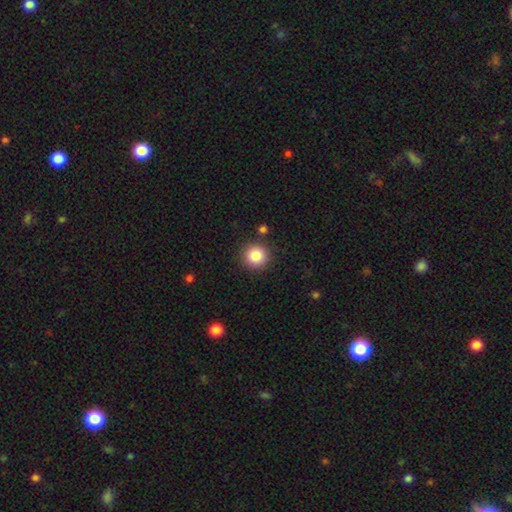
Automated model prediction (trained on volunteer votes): smooth_or_featured: smooth (p=0.85) [alt: star or artifact p=0.10]
how_rounded: round (p=0.94) [alt: in between p=0.05]
merging: none (p=0.88) [alt: minor disturbance p=0.07]